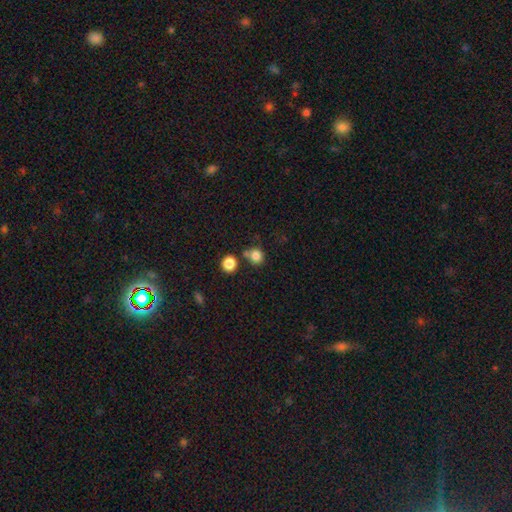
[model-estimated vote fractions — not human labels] This appears to be a smooth galaxy with no disk features (82%) that is round (86%). Merging: none (64%).